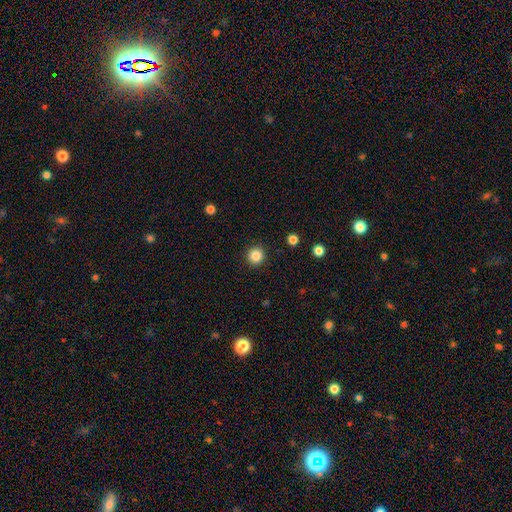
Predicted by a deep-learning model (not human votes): smooth 86%, star or artifact 11%, featured or disk 4%. Down the decision tree: how rounded — round (94%); merging — none (92%).